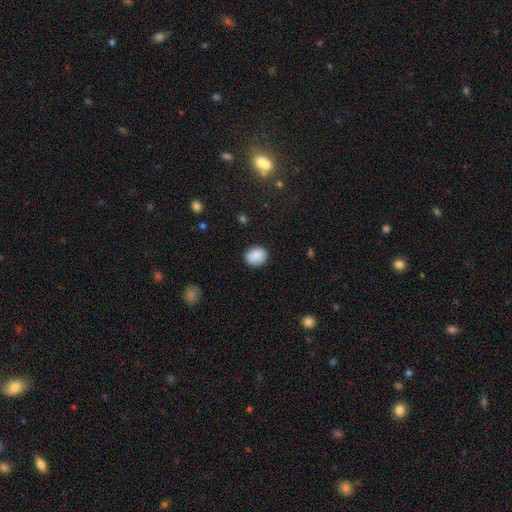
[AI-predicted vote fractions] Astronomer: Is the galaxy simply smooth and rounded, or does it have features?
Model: smooth — 87%.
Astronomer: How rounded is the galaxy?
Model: in between — 50% (runner-up: round, 49%).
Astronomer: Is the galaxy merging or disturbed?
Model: none — 83%.